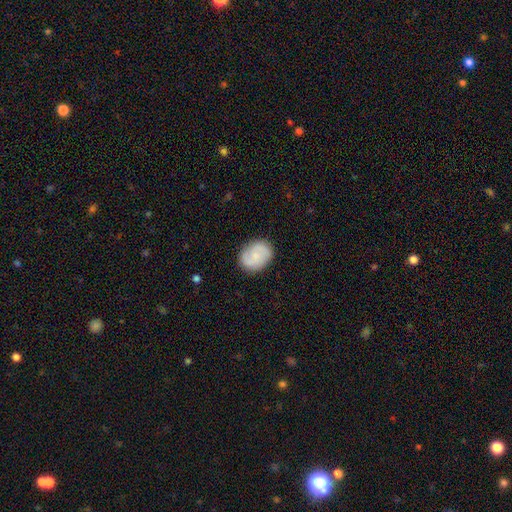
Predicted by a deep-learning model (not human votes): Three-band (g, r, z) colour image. It shows a smooth galaxy with no disk features (48%). Merging: none (83%).